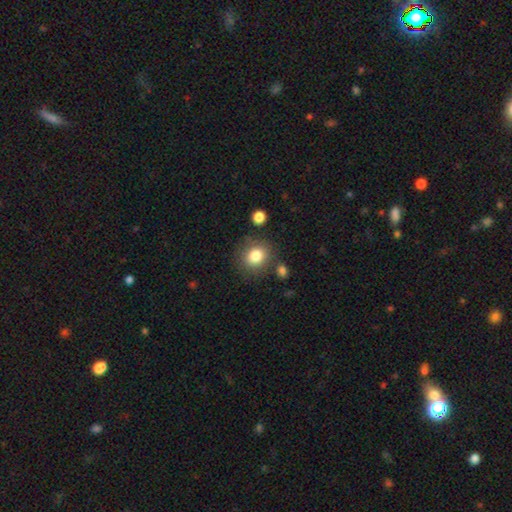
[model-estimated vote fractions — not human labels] This appears to be a smooth galaxy with no disk features (83%) that is round (77%). Merging: none (78%).